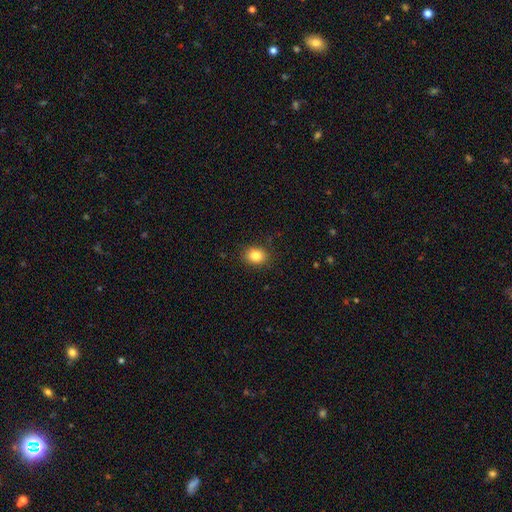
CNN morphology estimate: Smooth or featured: smooth — 84% (star or artifact — 10%)
How rounded: round — 56% (in between — 43%)
Merging: none — 88% (minor disturbance — 9%)